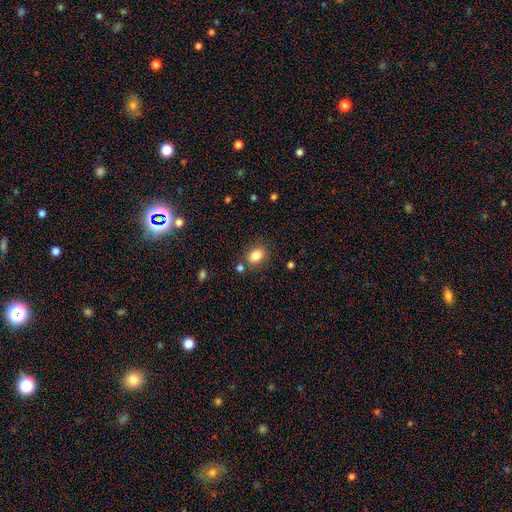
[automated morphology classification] A smooth galaxy with no disk features (84%) that is in between round and cigar-shaped (63%).

Vote fractions:
- Smooth or featured? smooth: 84% / star or artifact: 10% / featured or disk: 7%
- How rounded? in between: 63% / round: 36% / cigar-shaped: 1%
- Merging? none: 78% / minor disturbance: 11% / merger: 7% / major disturbance: 3%